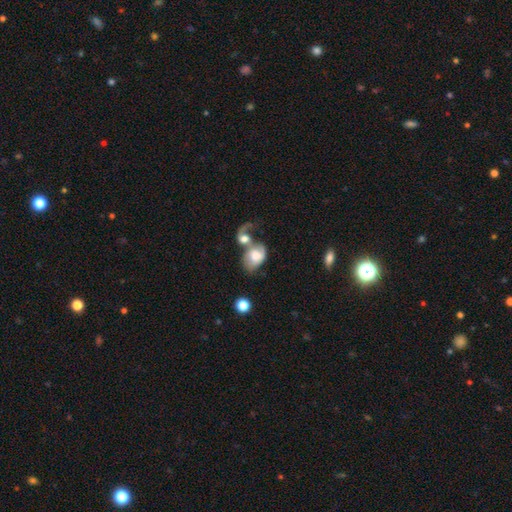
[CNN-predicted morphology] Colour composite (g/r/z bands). It shows a smooth galaxy with no disk features (55%) that is in between round and cigar-shaped (78%). Merging: merger (65%).